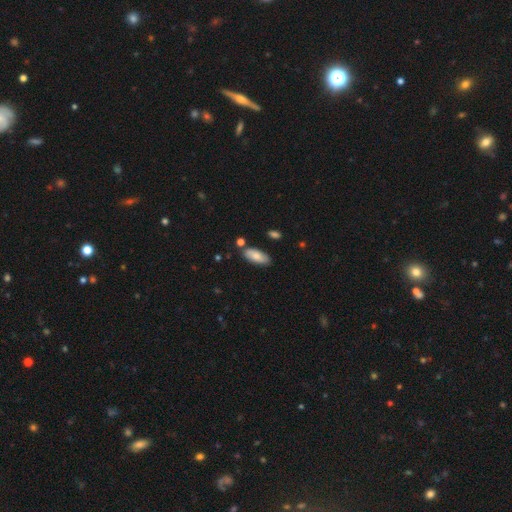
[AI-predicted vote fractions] Smooth or featured: smooth — 79% (featured or disk — 15%)
How rounded: in between — 84% (cigar-shaped — 14%)
Merging: none — 78% (minor disturbance — 15%)